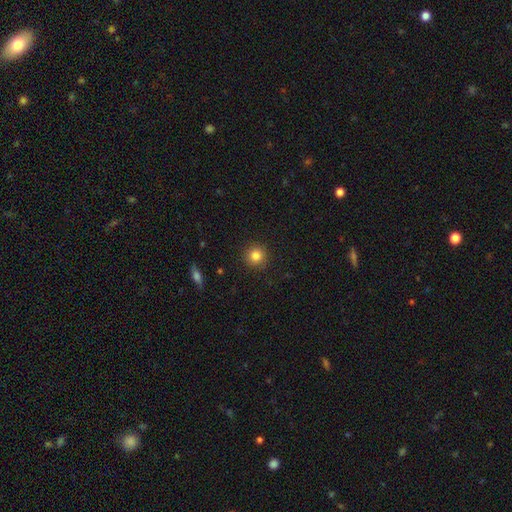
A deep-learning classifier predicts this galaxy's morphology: Smooth or featured? smooth (83%)
How rounded? round (93%)
Merging? none (91%)